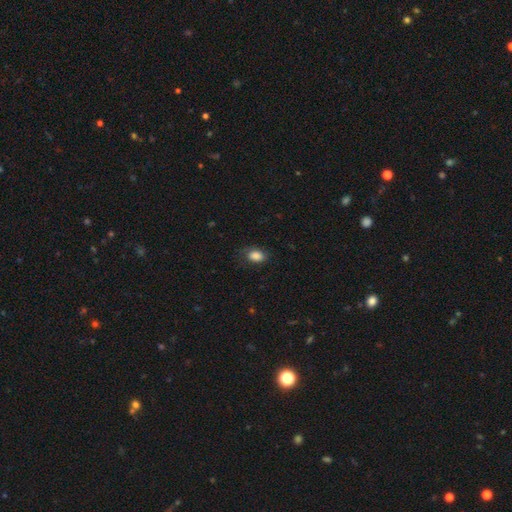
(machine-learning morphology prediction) smooth 86%, star or artifact 9%, featured or disk 6%. Down the decision tree: how rounded — in between (81%); merging — none (75%).